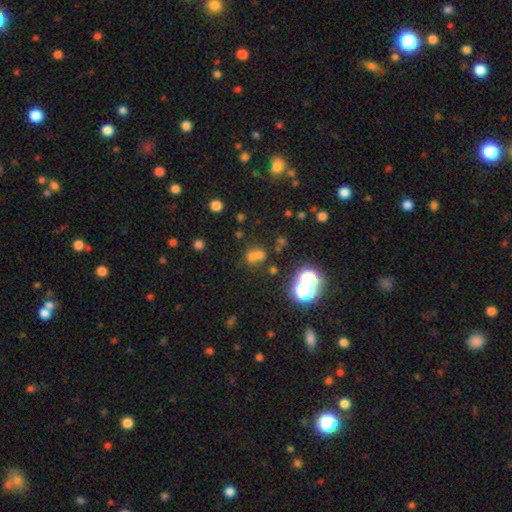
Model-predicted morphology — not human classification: smooth 55%, star or artifact 31%, featured or disk 14%. Down the decision tree: how rounded — round (67%); merging — merger (45%).